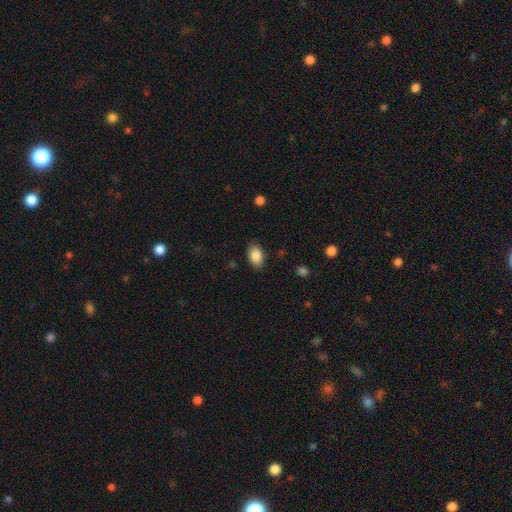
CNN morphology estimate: Smooth or featured?
  - smooth: 88% *
  - star or artifact: 7%
  - featured or disk: 5%
How rounded?
  - in between: 89% *
  - round: 10%
  - cigar-shaped: 1%
Merging?
  - none: 86% *
  - minor disturbance: 10%
  - major disturbance: 3%
  - merger: 1%